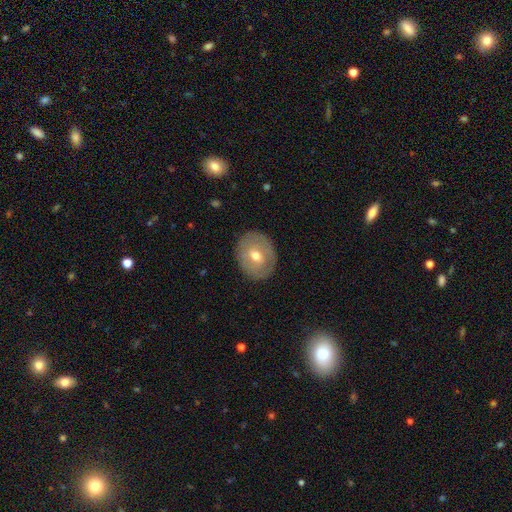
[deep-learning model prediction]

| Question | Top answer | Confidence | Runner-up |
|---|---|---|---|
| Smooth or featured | smooth | 52% | featured or disk (41%) |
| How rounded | round | 54% | in between (45%) |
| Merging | none | 85% | minor disturbance (11%) |